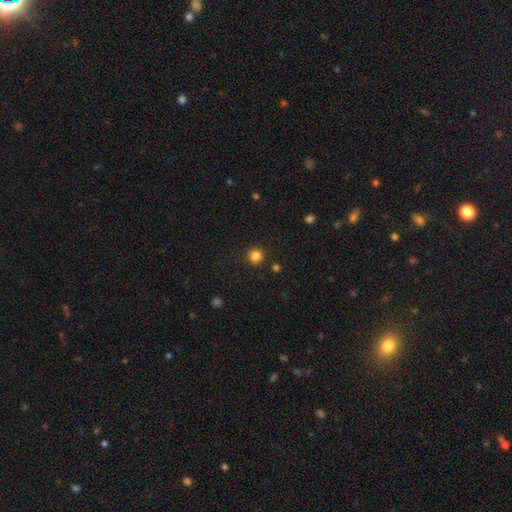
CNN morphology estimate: smooth_or_featured: smooth (p=0.82) [alt: star or artifact p=0.13]
how_rounded: round (p=0.89) [alt: in between p=0.10]
merging: none (p=0.80) [alt: minor disturbance p=0.10]